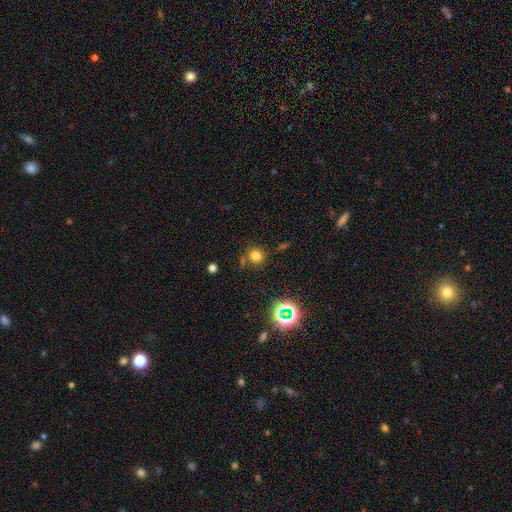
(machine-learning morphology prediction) smooth_or_featured: smooth (p=0.73) [alt: star or artifact p=0.20]
how_rounded: round (p=0.89) [alt: in between p=0.10]
merging: none (p=0.76) [alt: minor disturbance p=0.11]